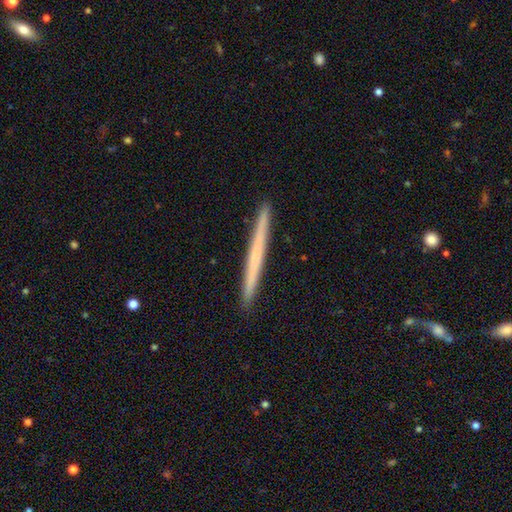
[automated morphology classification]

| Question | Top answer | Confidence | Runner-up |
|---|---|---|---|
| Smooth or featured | smooth | 50% | featured or disk (44%) |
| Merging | none | 93% | minor disturbance (5%) |